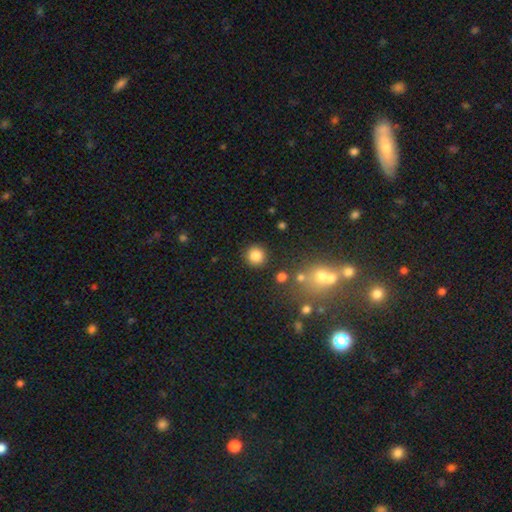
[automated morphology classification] smooth_or_featured: smooth (p=0.83) [alt: star or artifact p=0.12]
how_rounded: round (p=0.94) [alt: in between p=0.05]
merging: none (p=0.89) [alt: minor disturbance p=0.06]